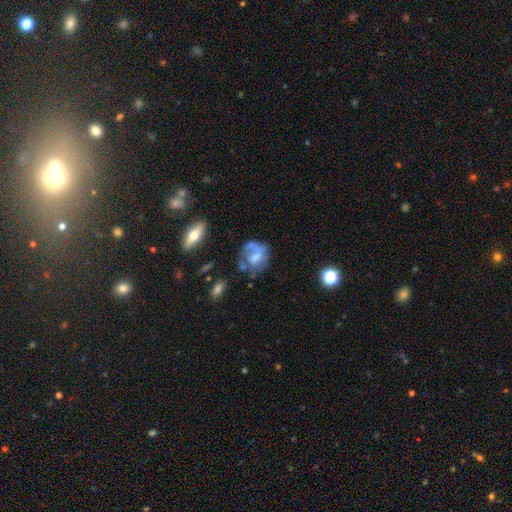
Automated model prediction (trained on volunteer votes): Smooth or featured: featured or disk — 50% (smooth — 40%)
Merging: none — 42% (major disturbance — 28%)